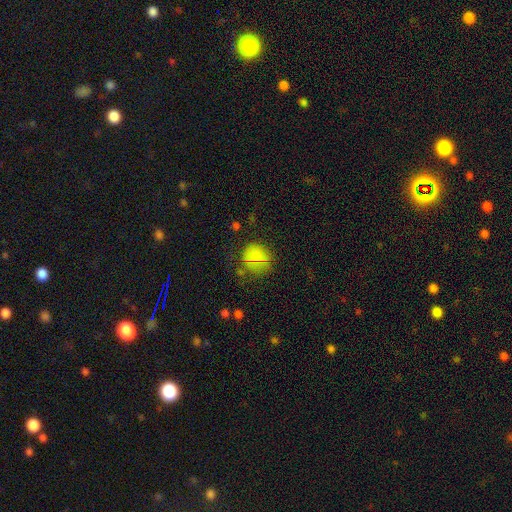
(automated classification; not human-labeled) Q: Smooth or featured?
A: smooth (74%); runner-up: star or artifact (14%)
Q: How rounded?
A: round (78%); runner-up: in between (21%)
Q: Merging?
A: none (55%); runner-up: minor disturbance (25%)